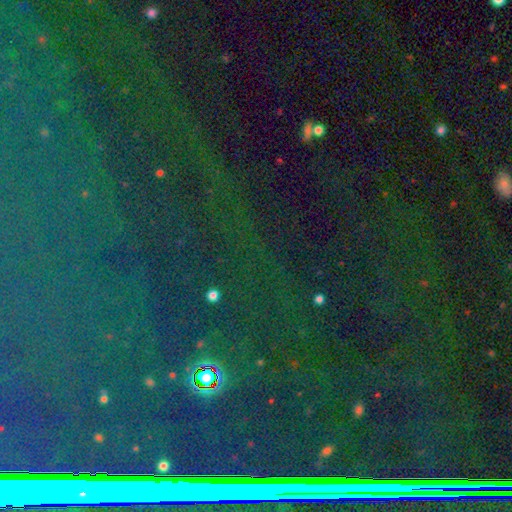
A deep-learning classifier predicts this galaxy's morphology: This appears to be a star or artifact, not a galaxy (83%).